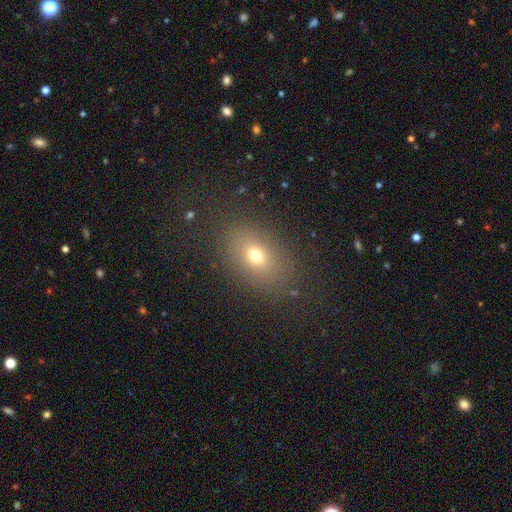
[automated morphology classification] smooth-or-featured: smooth: 69% | star or artifact: 17% | featured or disk: 15%
  how-rounded: in between: 74% | round: 24% | cigar-shaped: 2%
  merging: none: 83% | minor disturbance: 10% | major disturbance: 5% | merger: 2%